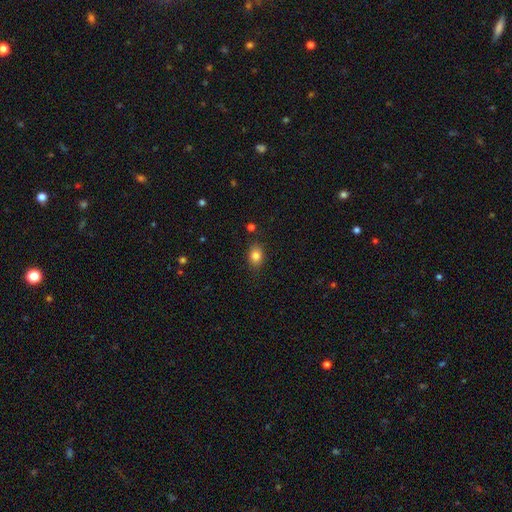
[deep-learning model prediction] Q: Smooth or featured?
A: smooth (83%); runner-up: star or artifact (10%)
Q: How rounded?
A: in between (69%); runner-up: round (30%)
Q: Merging?
A: none (82%); runner-up: minor disturbance (13%)